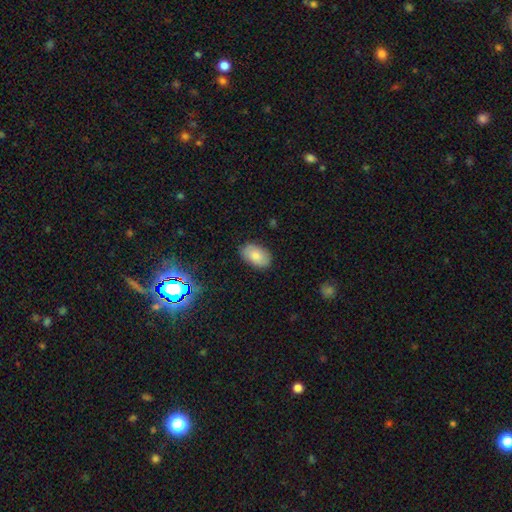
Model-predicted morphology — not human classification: smooth 79%, featured or disk 13%, star or artifact 8%. Down the decision tree: how rounded — in between (92%); merging — none (85%).